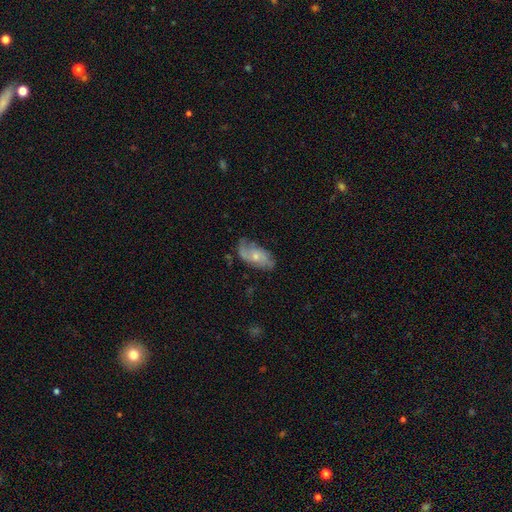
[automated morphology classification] featured or disk 62%, smooth 31%, star or artifact 7%. Down the decision tree: edge-on disk — no (94%); bar — no (73%); spiral arms — yes (85%); bulge size — small (57%); merging — none (61%).